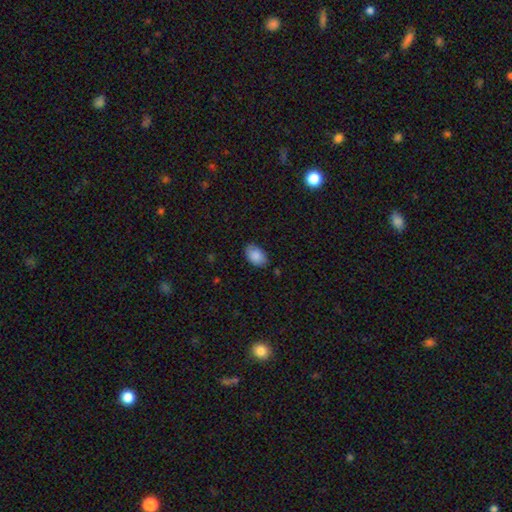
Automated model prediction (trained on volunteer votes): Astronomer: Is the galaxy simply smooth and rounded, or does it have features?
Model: smooth — 88%.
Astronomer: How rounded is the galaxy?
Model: in between — 90%.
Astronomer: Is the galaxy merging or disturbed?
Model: none — 81%.